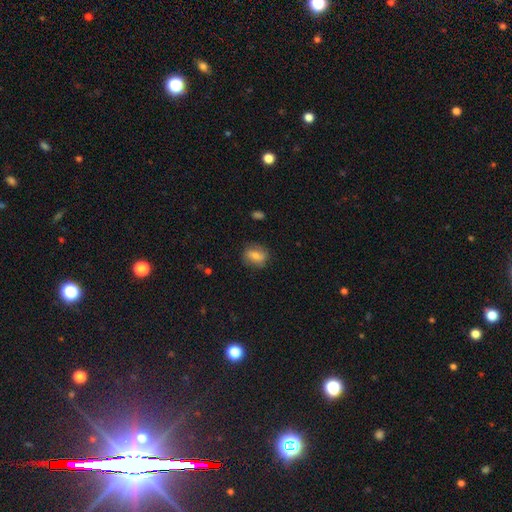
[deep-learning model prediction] Smooth or featured? smooth (66%)
How rounded? in between (56%)
Merging? none (78%)